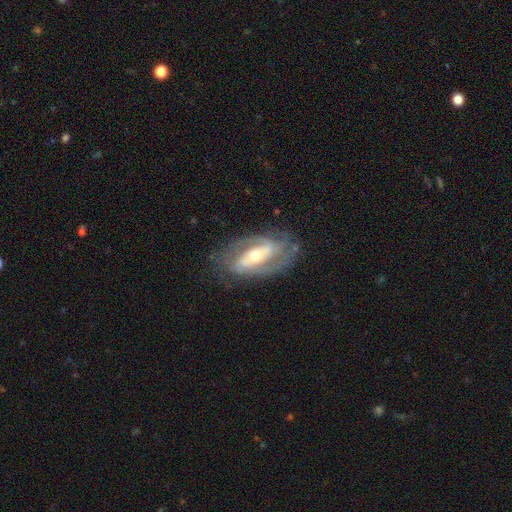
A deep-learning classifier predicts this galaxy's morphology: Smooth or featured? featured or disk (84%)
Edge-on disk? no (93%)
Bar? strong (42%)
Spiral arms? yes (91%)
Spiral winding? medium (42%)
Spiral arm count? 2 (69%)
Bulge size? moderate (57%)
Merging? none (72%)